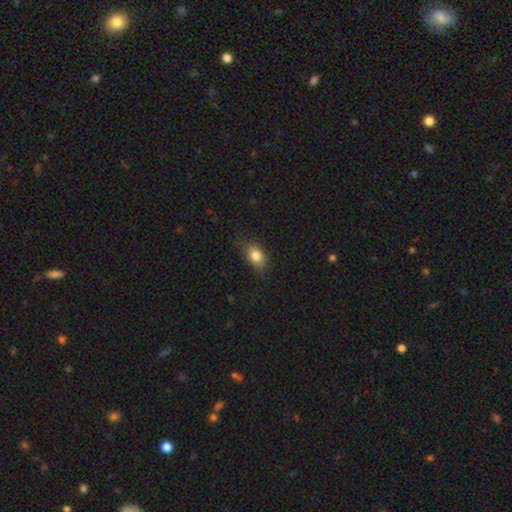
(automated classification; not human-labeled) Smooth or featured? Predicted: smooth (p=0.82). How rounded? Predicted: in between (p=0.74). Merging? Predicted: none (p=0.70).